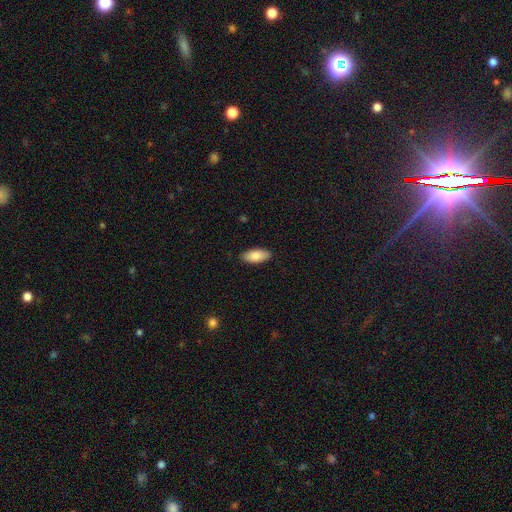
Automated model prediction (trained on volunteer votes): smooth_or_featured: smooth (p=0.85) [alt: featured or disk p=0.09]
how_rounded: in between (p=0.86) [alt: cigar-shaped p=0.12]
merging: none (p=0.88) [alt: minor disturbance p=0.09]